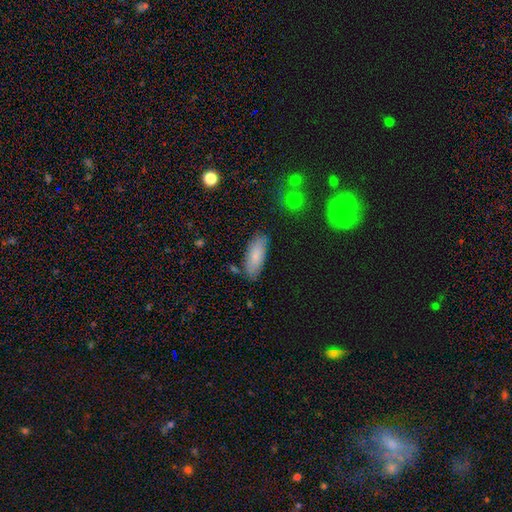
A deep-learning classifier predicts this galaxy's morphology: smooth-or-featured: smooth: 83% | featured or disk: 11% | star or artifact: 6%
  how-rounded: in between: 74% | cigar-shaped: 25% | round: 2%
  merging: none: 79% | minor disturbance: 14% | merger: 3% | major disturbance: 3%